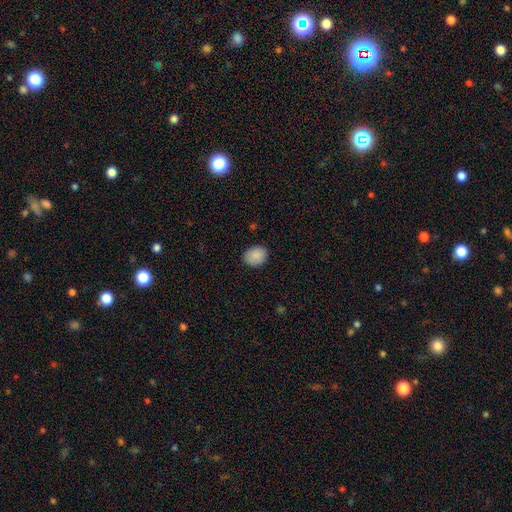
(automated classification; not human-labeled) Morphology: type=smooth (89%); roundness=round (55%); merging=none (88%).